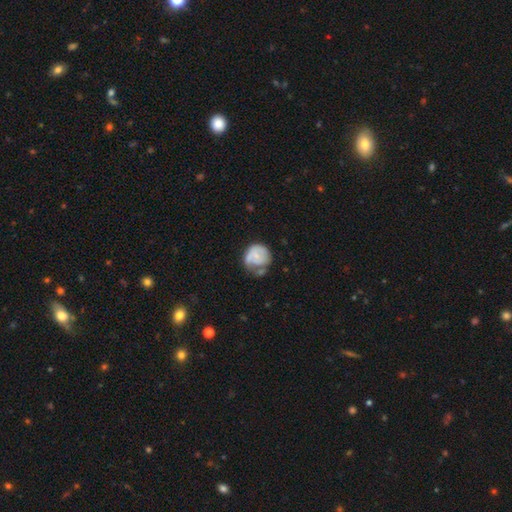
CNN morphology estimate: Q: Smooth or featured?
A: smooth (54%); runner-up: featured or disk (39%)
Q: How rounded?
A: round (77%); runner-up: in between (22%)
Q: Merging?
A: none (35%); runner-up: minor disturbance (32%)